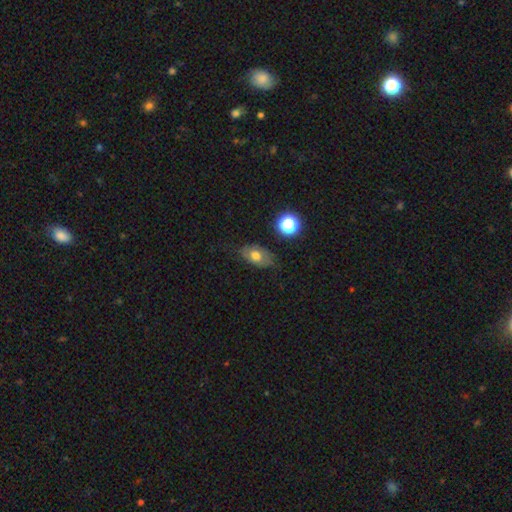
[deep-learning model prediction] Smooth or featured? smooth (60%)
How rounded? in between (82%)
Merging? none (70%)